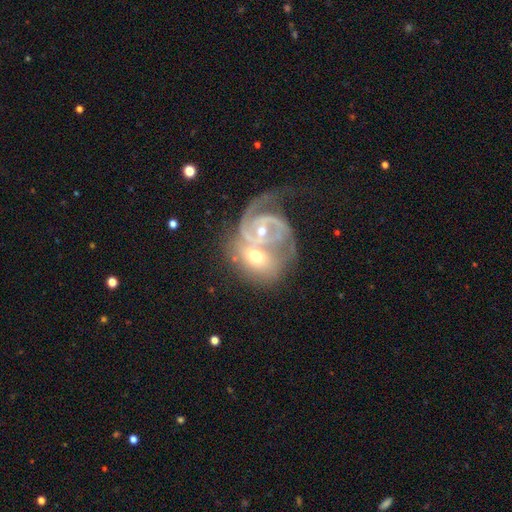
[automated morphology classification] Smooth or featured? featured or disk (71%)
Edge-on disk? no (96%)
Bar? no (54%)
Spiral arms? yes (87%)
Spiral winding? medium (43%)
Spiral arm count? 2 (48%)
Bulge size? moderate (53%)
Merging? merger (67%)